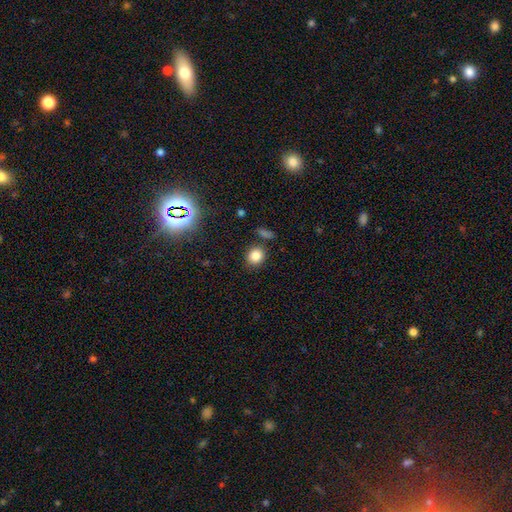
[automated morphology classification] A smooth galaxy with no disk features (83%) that is round (77%). Merging: none (81%).